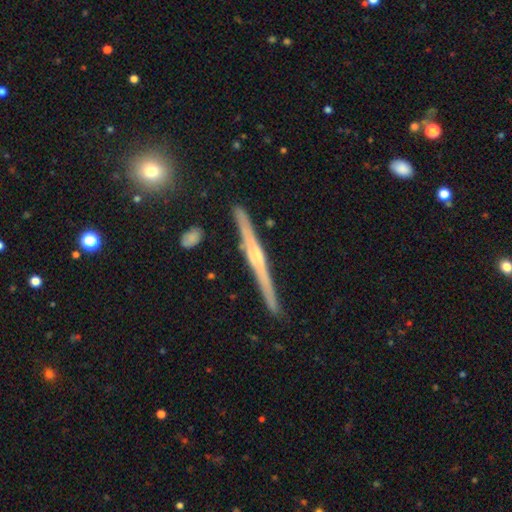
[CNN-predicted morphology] Smooth or featured? featured or disk (80%)
Edge-on disk? yes (98%)
Edge-on bulge? rounded (66%)
Merging? none (90%)